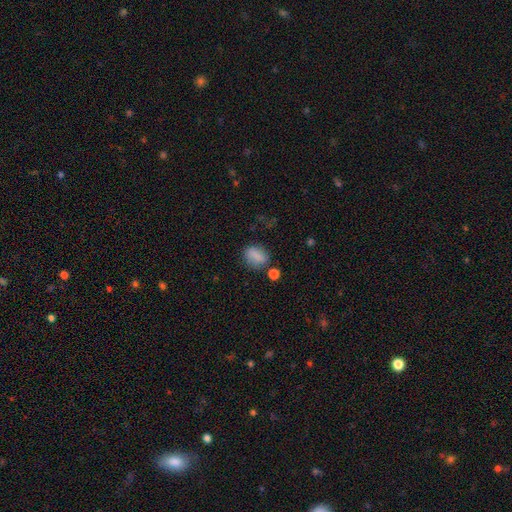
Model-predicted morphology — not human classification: smooth_or_featured: smooth (p=0.81) [alt: star or artifact p=0.10]
how_rounded: in between (p=0.66) [alt: round p=0.30]
merging: none (p=0.69) [alt: minor disturbance p=0.17]